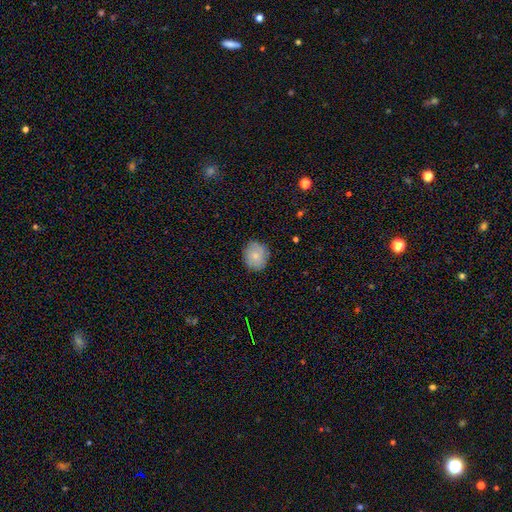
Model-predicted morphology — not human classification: A smooth galaxy with no disk features (73%) that is round (77%). Merging: none (83%).